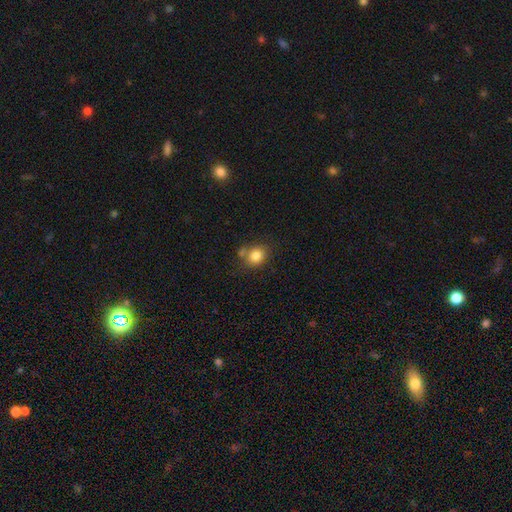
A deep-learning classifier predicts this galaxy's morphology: smooth-or-featured: smooth: 82% | star or artifact: 10% | featured or disk: 8%
  how-rounded: round: 65% | in between: 34% | cigar-shaped: 1%
  merging: none: 63% | merger: 17% | minor disturbance: 15% | major disturbance: 5%